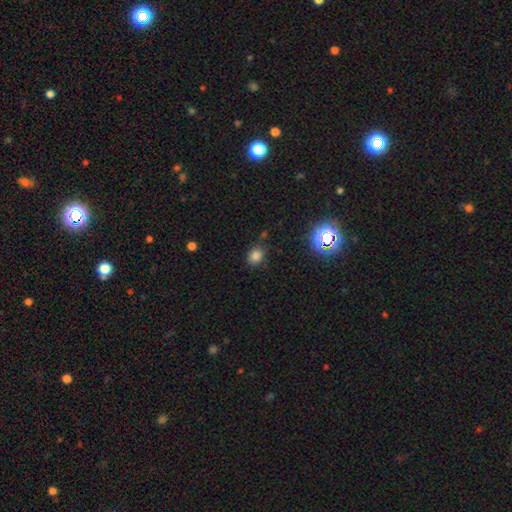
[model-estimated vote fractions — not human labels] Smooth or featured? smooth (78%)
How rounded? round (55%)
Merging? none (76%)